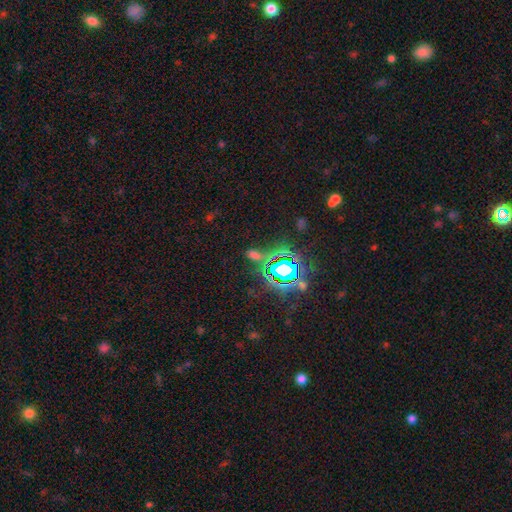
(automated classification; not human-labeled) A star or artifact, not a galaxy (58%).